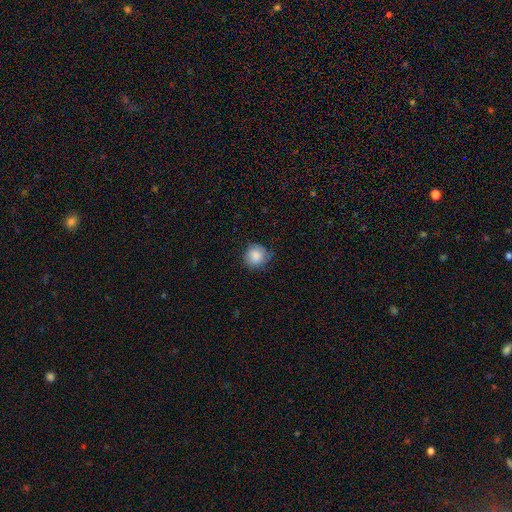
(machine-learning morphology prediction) type=smooth (85%); roundness=round (90%); merging=none (72%).